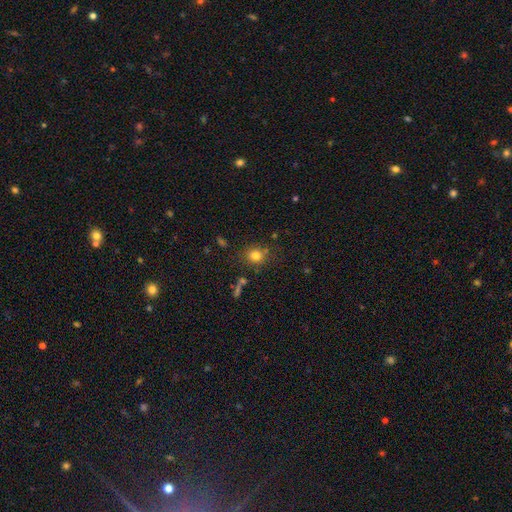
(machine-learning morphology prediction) Overall: smooth (78%). How rounded: round (76%). Merging: none (79%).